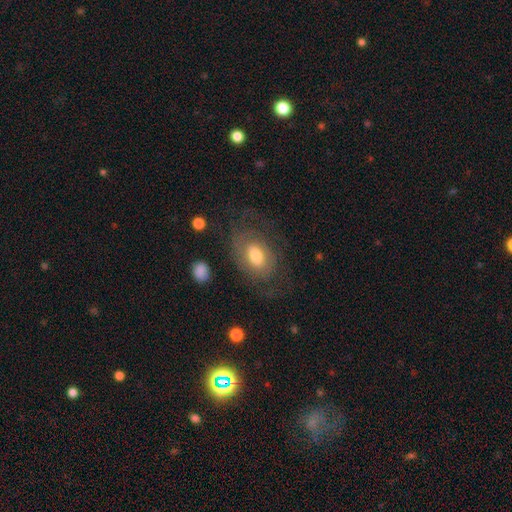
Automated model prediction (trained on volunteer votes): A featured or disk galaxy (59%) with no bar (59%), spiral arms (76%) and a moderate central bulge (62%). Merging: none (60%).